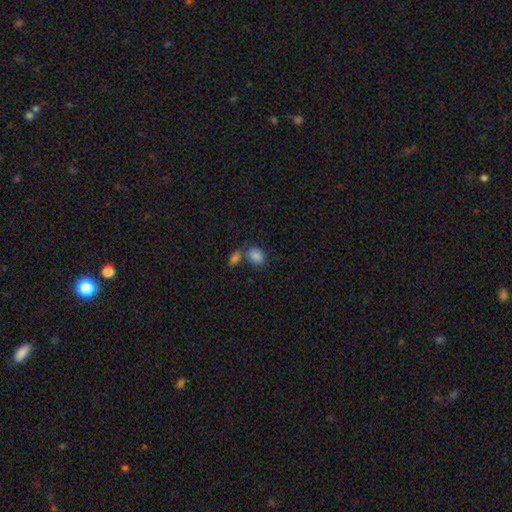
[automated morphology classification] A smooth galaxy with no disk features (86%) that is in between round and cigar-shaped (66%).

Vote fractions:
- Smooth or featured? smooth: 86% / star or artifact: 9% / featured or disk: 6%
- How rounded? in between: 66% / round: 33% / cigar-shaped: 1%
- Merging? none: 49% / merger: 35% / minor disturbance: 11% / major disturbance: 4%